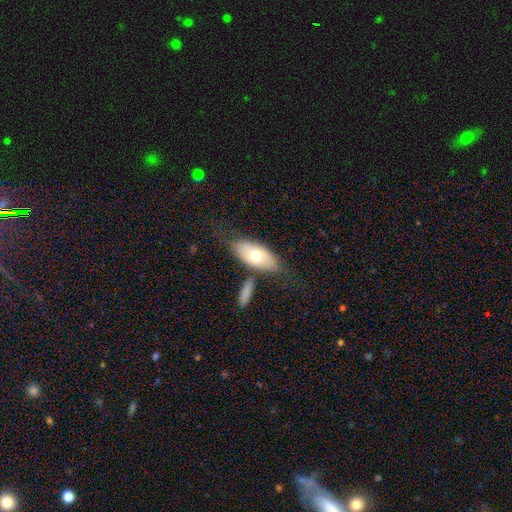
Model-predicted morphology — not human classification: Smooth or featured? smooth (64%)
How rounded? in between (88%)
Merging? none (64%)